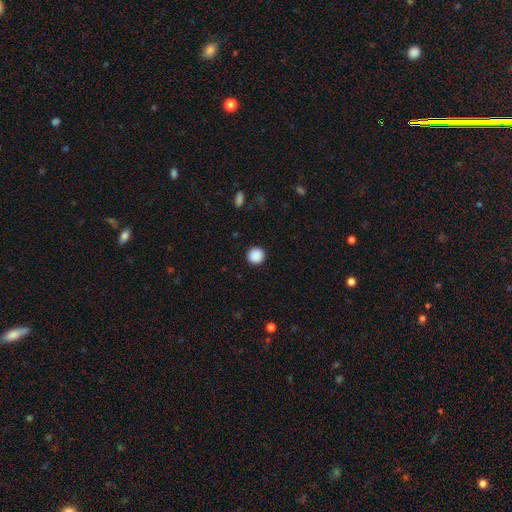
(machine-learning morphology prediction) smooth_or_featured: smooth (p=0.89) [alt: star or artifact p=0.09]
how_rounded: round (p=0.95) [alt: in between p=0.04]
merging: none (p=0.93) [alt: minor disturbance p=0.05]